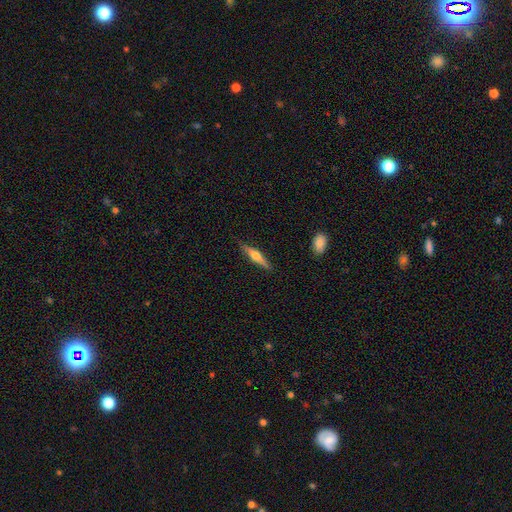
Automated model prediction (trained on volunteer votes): smooth_or_featured: featured or disk (p=0.57) [alt: smooth p=0.37]
disk_edge_on: yes (p=0.95) [alt: no p=0.05]
edge_on_bulge: rounded (p=0.91) [alt: boxy p=0.04]
merging: none (p=0.87) [alt: minor disturbance p=0.10]